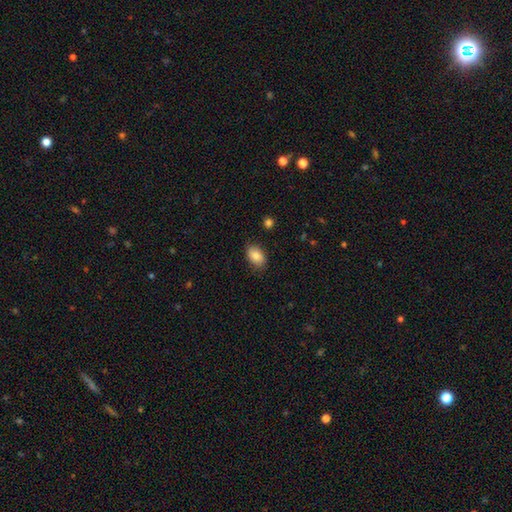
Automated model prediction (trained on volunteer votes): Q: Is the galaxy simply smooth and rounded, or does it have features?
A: smooth — 83%.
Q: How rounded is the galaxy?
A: in between — 86%.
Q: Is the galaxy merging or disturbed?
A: none — 82%.